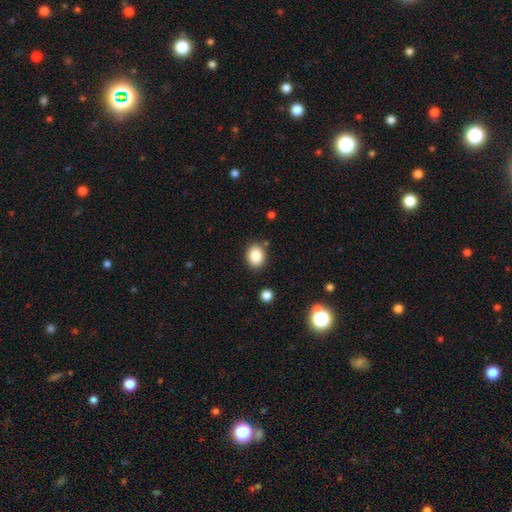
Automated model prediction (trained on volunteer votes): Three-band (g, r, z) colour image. It shows a smooth galaxy with no disk features (87%) that is in between round and cigar-shaped (56%). Merging: none (84%).